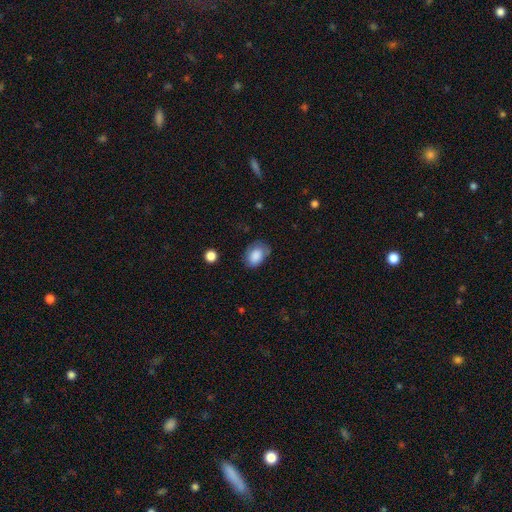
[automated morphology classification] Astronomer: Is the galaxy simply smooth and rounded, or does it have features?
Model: smooth — 84%.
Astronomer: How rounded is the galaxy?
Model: in between — 80%.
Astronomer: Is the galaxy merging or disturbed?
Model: none — 60%.